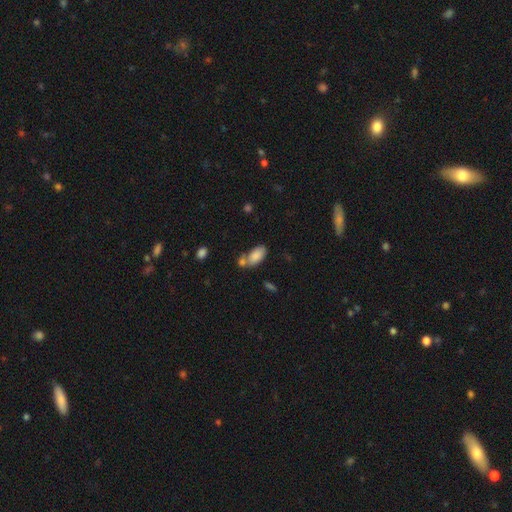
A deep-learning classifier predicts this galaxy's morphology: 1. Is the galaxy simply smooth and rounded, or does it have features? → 84% smooth, 8% featured or disk, 7% star or artifact.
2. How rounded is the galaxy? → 94% in between, 3% round, 3% cigar-shaped.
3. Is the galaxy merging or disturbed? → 47% none, 35% merger, 13% minor disturbance, 5% major disturbance.